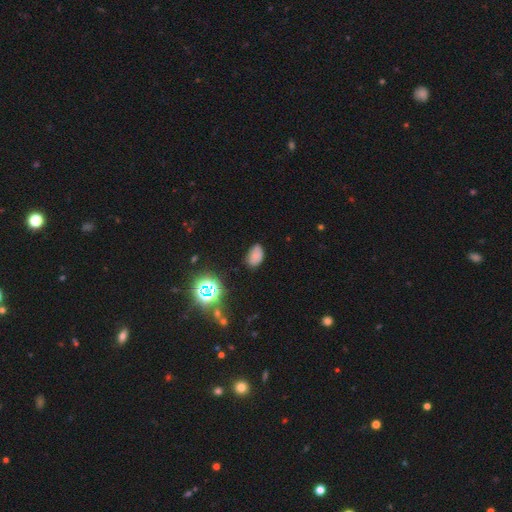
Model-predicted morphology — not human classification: The model was most divided on "smooth or featured": smooth: 71%, star or artifact: 20%, featured or disk: 9%. More confident: how rounded — in between (90%); merging — none (76%).